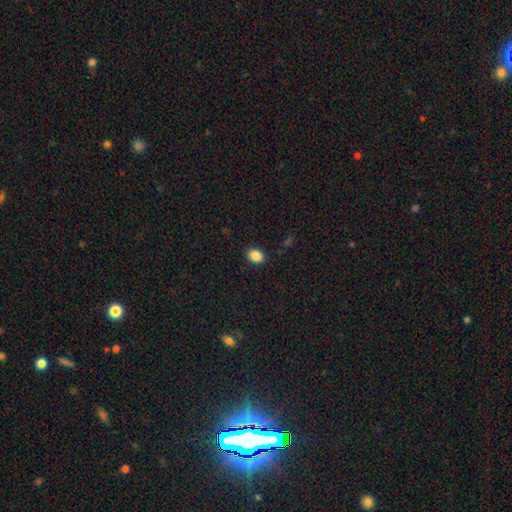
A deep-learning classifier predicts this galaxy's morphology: Overall: smooth (88%). How rounded: in between (68%; round 31%). Merging: none (89%).